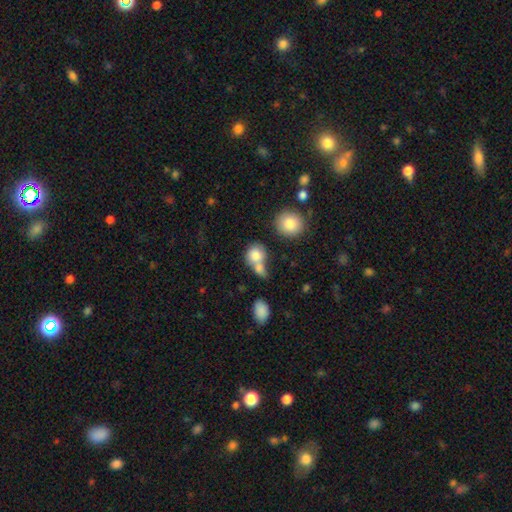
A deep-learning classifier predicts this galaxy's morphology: Smooth or featured: smooth — 81% (featured or disk — 10%)
How rounded: round — 71% (in between — 27%)
Merging: merger — 51% (none — 34%)